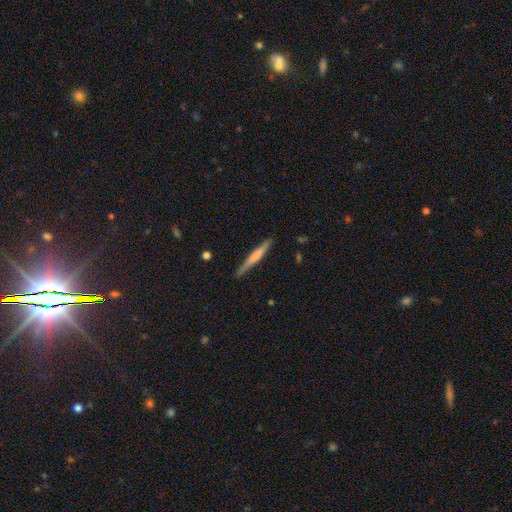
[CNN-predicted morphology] Q: Smooth or featured?
A: smooth (56%); runner-up: featured or disk (39%)
Q: How rounded?
A: cigar-shaped (96%); runner-up: in between (3%)
Q: Merging?
A: none (86%); runner-up: minor disturbance (11%)